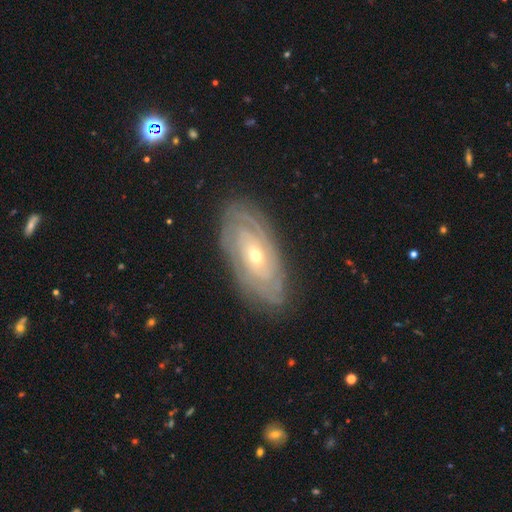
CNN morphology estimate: This appears to be a featured or disk galaxy (83%) with no bar (65%), tight (82%) spiral arms (93%) and a small central bulge (54%). Merging: none (84%).